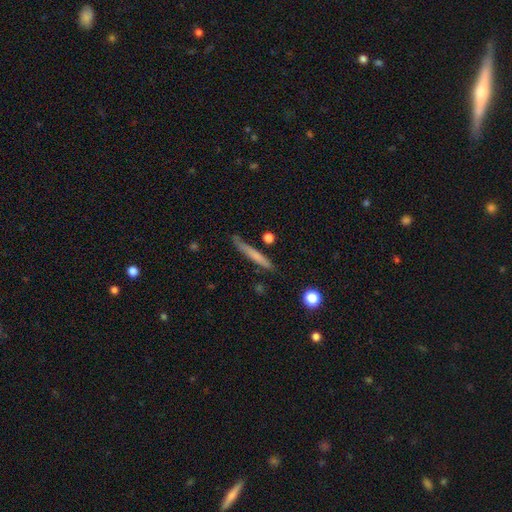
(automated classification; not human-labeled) This appears to be a smooth galaxy with no disk features (63%) that is cigar-shaped (95%). Merging: none (80%).